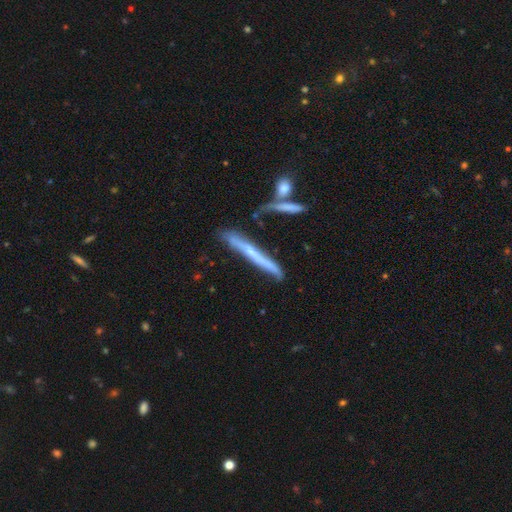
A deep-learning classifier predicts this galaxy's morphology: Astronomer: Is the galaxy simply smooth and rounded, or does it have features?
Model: featured or disk — 60%.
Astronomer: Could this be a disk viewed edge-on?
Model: yes — 90%.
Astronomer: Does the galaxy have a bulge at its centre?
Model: none — 57% (runner-up: rounded, 37%).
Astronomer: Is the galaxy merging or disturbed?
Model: none — 64%.